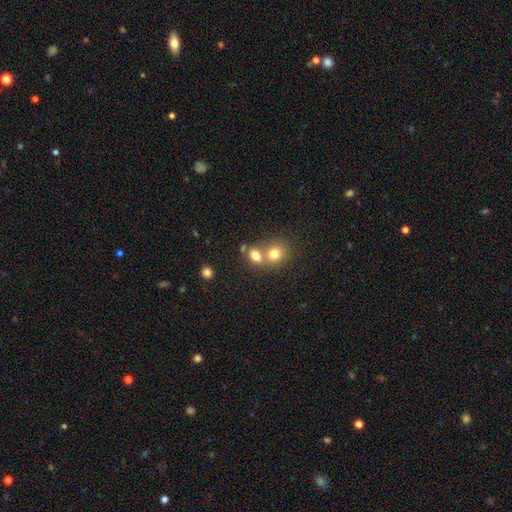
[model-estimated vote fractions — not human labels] smooth 77%, star or artifact 12%, featured or disk 11%. Down the decision tree: how rounded — round (54%); merging — merger (56%).